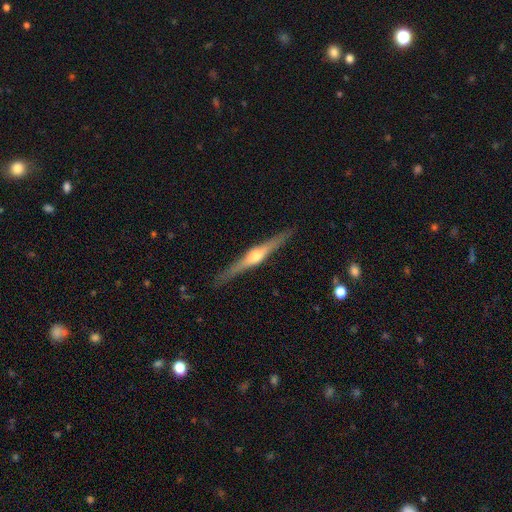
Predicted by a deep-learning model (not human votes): Overall: featured or disk (76%). Edge-on disk: yes (98%). Edge-on bulge: rounded (90%). Merging: none (90%).